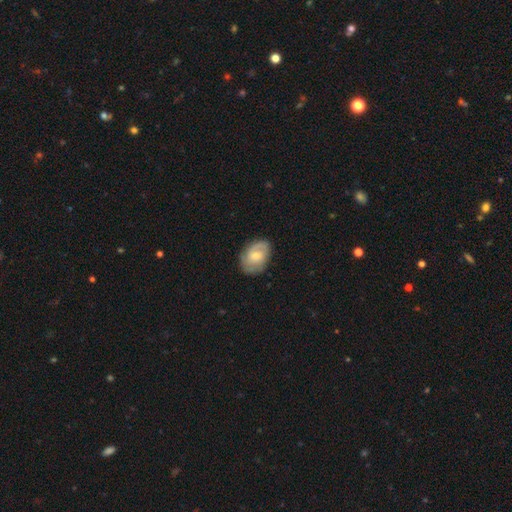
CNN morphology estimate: Smooth or featured: featured or disk — 62% (smooth — 32%)
Edge-on disk: no — 96% (yes — 4%)
Bar: no — 55% (weak — 38%)
Spiral arms: yes — 81% (no — 19%)
Bulge size: small — 48% (moderate — 47%)
Merging: none — 75% (minor disturbance — 18%)